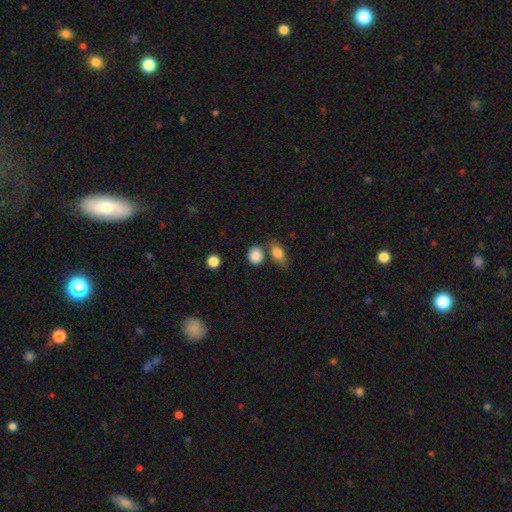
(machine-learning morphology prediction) A smooth galaxy with no disk features (87%) that is round (63%).

Vote fractions:
- Smooth or featured? smooth: 87% / star or artifact: 9% / featured or disk: 5%
- How rounded? round: 63% / in between: 35% / cigar-shaped: 2%
- Merging? none: 68% / merger: 15% / minor disturbance: 13% / major disturbance: 4%